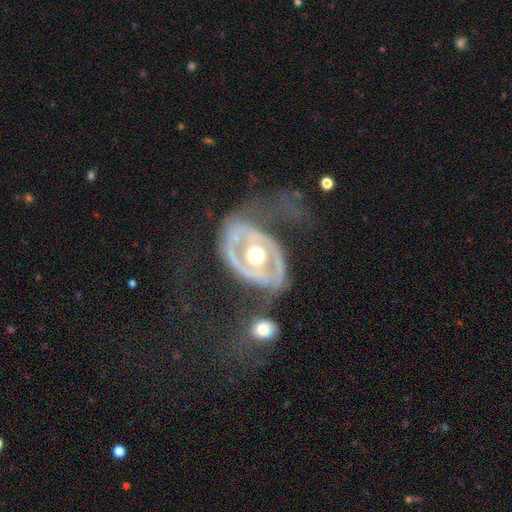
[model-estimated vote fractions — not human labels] smooth-or-featured: featured or disk: 85% | smooth: 10% | star or artifact: 4%
  disk-edge-on: no: 95% | yes: 5%
    bar: no: 68% | weak: 20% | strong: 12%
    has-spiral-arms: yes: 67% | no: 33%
      spiral-winding: medium: 39% | loose: 32% | tight: 29%
      spiral-arm-count: 2: 76% | can't tell: 11% | 1: 7% | 3: 3% | 4: 2% | more than 4: 2%
    bulge-size: moderate: 70% | large: 22% | small: 5% | dominant: 2% | none: 1%
  merging: major disturbance: 36% | none: 33% | minor disturbance: 21% | merger: 10%